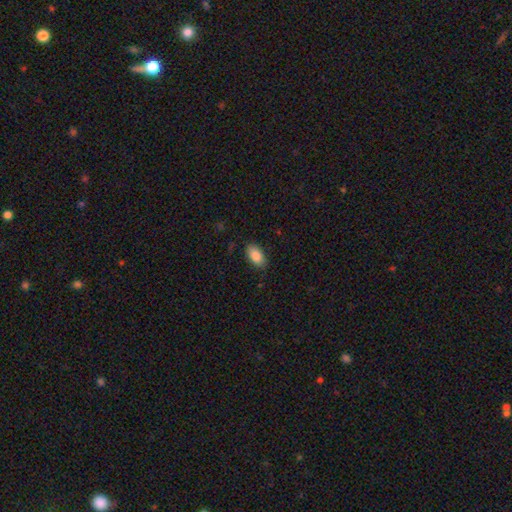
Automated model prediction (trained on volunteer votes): Smooth or featured?
  - smooth: 86% *
  - star or artifact: 7%
  - featured or disk: 7%
How rounded?
  - in between: 93% *
  - round: 4%
  - cigar-shaped: 3%
Merging?
  - none: 85% *
  - minor disturbance: 12%
  - major disturbance: 2%
  - merger: 1%